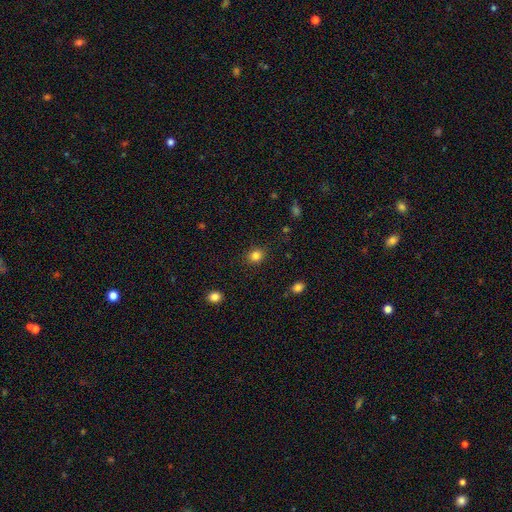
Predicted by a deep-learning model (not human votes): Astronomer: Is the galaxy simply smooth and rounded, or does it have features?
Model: smooth — 83%.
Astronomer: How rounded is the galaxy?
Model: round — 75%.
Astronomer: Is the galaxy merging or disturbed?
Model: none — 87%.